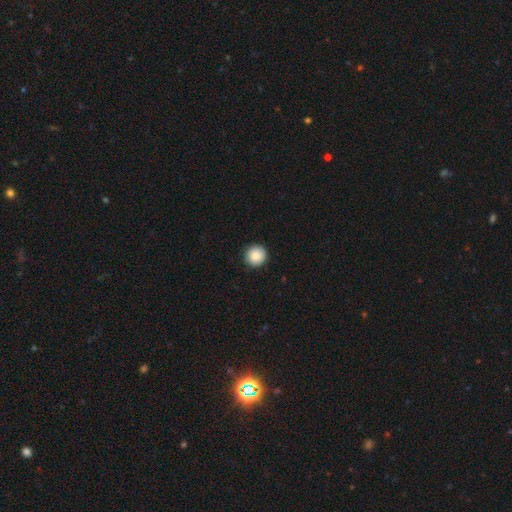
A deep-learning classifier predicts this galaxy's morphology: A smooth galaxy with no disk features (86%) that is round (95%).

Vote fractions:
- Smooth or featured? smooth: 86% / star or artifact: 8% / featured or disk: 6%
- How rounded? round: 95% / in between: 4% / cigar-shaped: 1%
- Merging? none: 91% / minor disturbance: 7% / major disturbance: 2% / merger: 1%